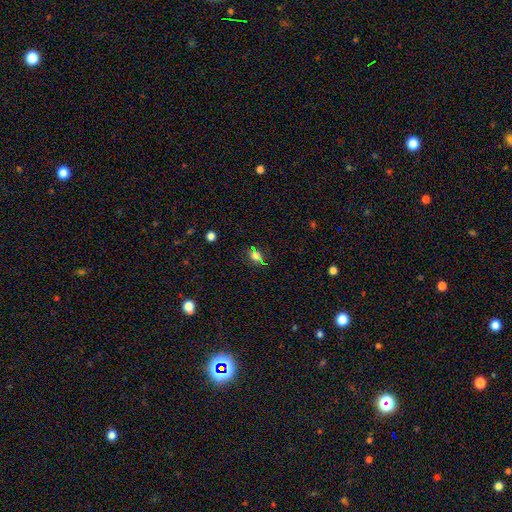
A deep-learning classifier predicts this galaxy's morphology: This is marginally a smooth galaxy (44%). Merging: likely none (77%).